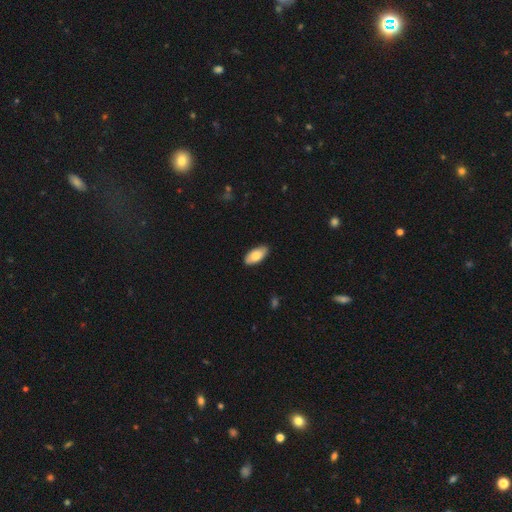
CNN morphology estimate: smooth-or-featured: smooth: 78% | featured or disk: 16% | star or artifact: 6%
  how-rounded: in between: 92% | cigar-shaped: 6% | round: 2%
  merging: none: 87% | minor disturbance: 10% | major disturbance: 2% | merger: 1%